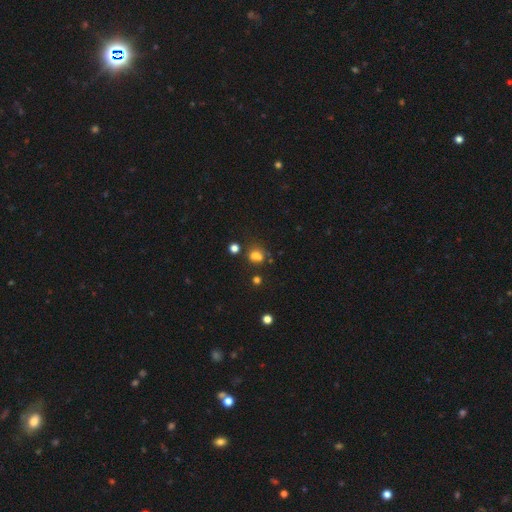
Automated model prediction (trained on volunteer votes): The model was most divided on "merging": none: 53%, merger: 23%, minor disturbance: 16%, major disturbance: 8%. More confident: how rounded — round (68%); smooth or featured — smooth (67%).